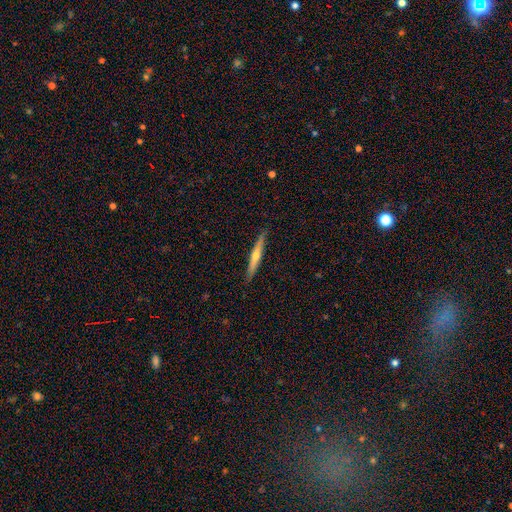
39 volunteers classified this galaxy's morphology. Smooth or featured? 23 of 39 (59%) said featured or disk. Edge-on disk? 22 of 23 (96%) said yes. Edge-on bulge? 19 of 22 (86%) said rounded. Merging? 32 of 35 (91%) said none.